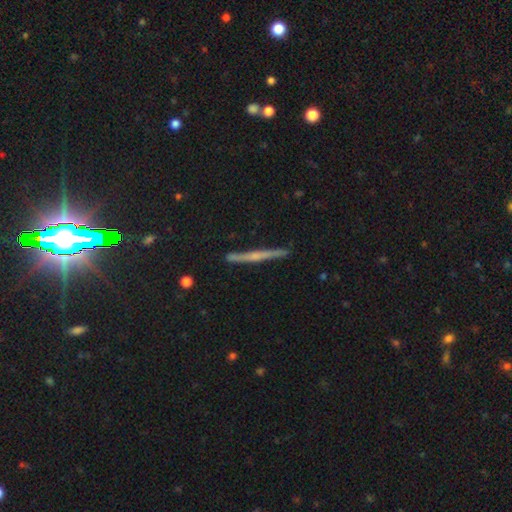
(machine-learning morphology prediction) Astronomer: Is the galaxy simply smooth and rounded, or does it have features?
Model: featured or disk — 66%.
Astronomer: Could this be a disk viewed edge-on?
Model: yes — 97%.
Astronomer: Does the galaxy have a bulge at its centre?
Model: rounded — 53% (runner-up: none, 38%).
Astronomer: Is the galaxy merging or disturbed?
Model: none — 89%.